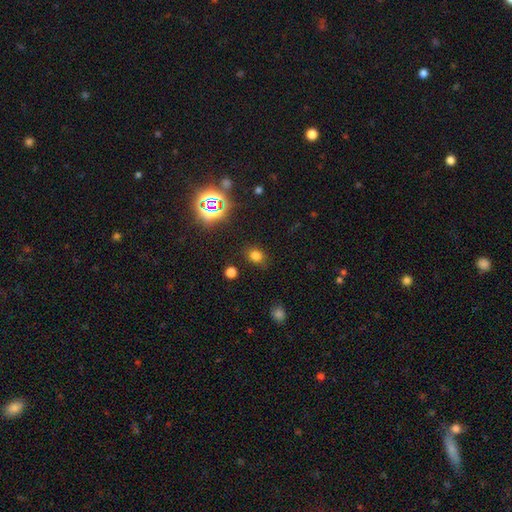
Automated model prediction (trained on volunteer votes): This appears to be a smooth galaxy with no disk features (72%) that is round (58%). Merging: none (83%).